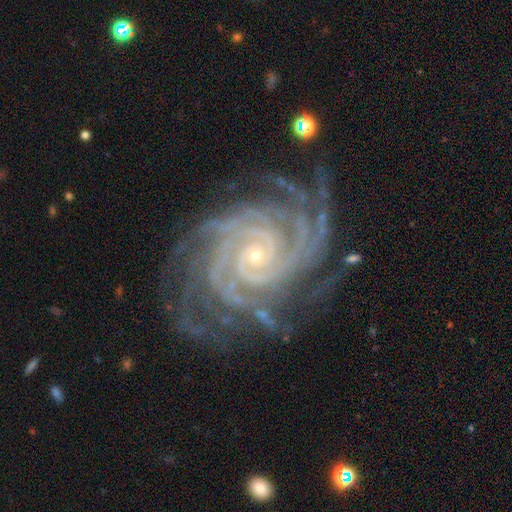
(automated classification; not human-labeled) Smooth or featured?
  - featured or disk: 93% *
  - star or artifact: 5%
  - smooth: 2%
Edge-on disk?
  - no: 98% *
  - yes: 2%
Bar?
  - no: 65% *
  - weak: 22%
  - strong: 13%
Spiral arms?
  - yes: 99% *
  - no: 1%
Spiral winding?
  - tight: 83% *
  - medium: 15%
  - loose: 2%
Spiral arm count?
  - 4: 29% * (tied)
  - more than 4: 29% * (tied)
  - 3: 13%
  - can't tell: 11%
  - 2: 10%
  - 1: 8%
Bulge size?
  - small: 82% *
  - moderate: 15%
  - none: 1%
  - large: 1%
  - dominant: 1%
Merging?
  - none: 76% *
  - minor disturbance: 16%
  - major disturbance: 6%
  - merger: 2%